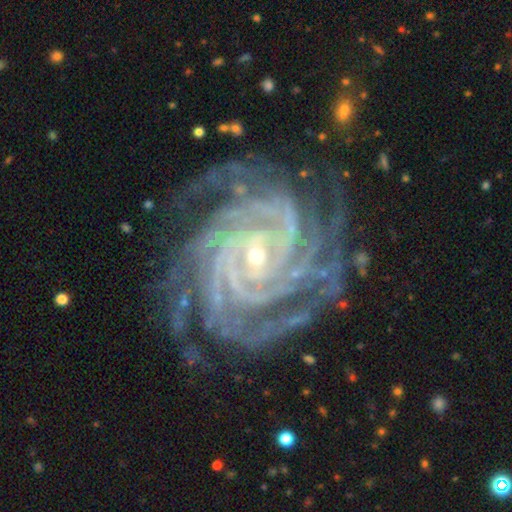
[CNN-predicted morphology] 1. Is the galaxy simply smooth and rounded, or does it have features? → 94% featured or disk, 4% star or artifact, 2% smooth.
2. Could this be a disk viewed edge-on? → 98% no, 2% yes.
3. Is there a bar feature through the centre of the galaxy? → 46% no, 32% weak, 21% strong.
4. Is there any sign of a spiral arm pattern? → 99% yes, 1% no.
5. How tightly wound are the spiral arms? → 84% tight, 15% medium, 2% loose.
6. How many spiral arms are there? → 29% 4, 23% more than 4, 16% 3, 12% can't tell, 11% 2, 9% 1.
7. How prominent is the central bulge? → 76% small, 21% moderate, 1% large, 1% none, 1% dominant.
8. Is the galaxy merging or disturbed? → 78% none, 15% minor disturbance, 6% major disturbance, 1% merger.